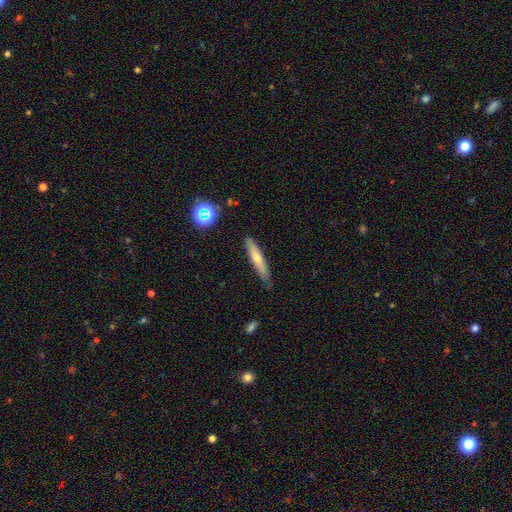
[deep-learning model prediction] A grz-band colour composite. It shows a smooth galaxy with no disk features (50%). Merging: none (84%).